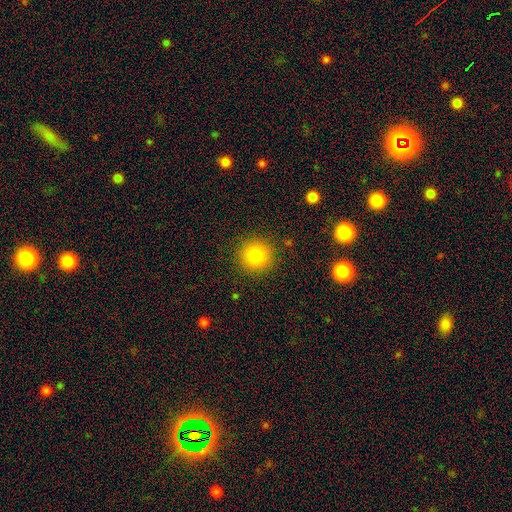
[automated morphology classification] A smooth galaxy with no disk features (82%) that is round (95%).

Vote fractions:
- Smooth or featured? smooth: 82% / star or artifact: 11% / featured or disk: 7%
- How rounded? round: 95% / in between: 4% / cigar-shaped: 1%
- Merging? none: 90% / minor disturbance: 6% / major disturbance: 3% / merger: 1%